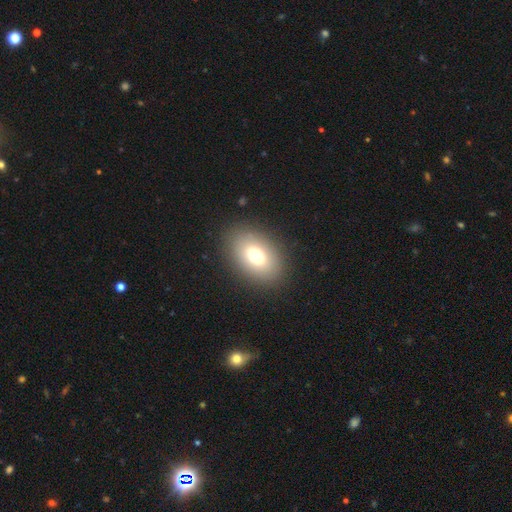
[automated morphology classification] This is likely a smooth galaxy (76%). How rounded: clearly in between (88%). Merging: clearly none (88%).